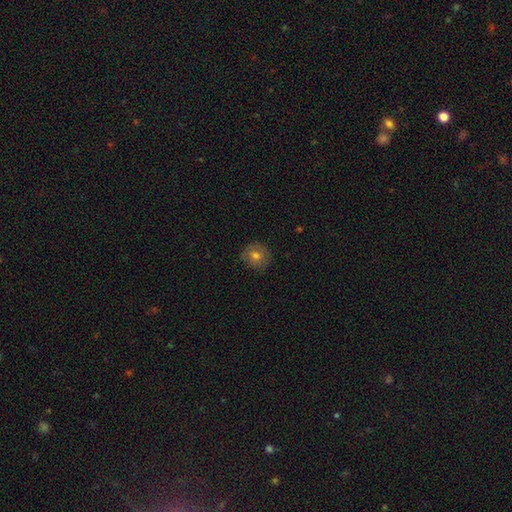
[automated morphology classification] type=smooth (68%); roundness=round (86%); merging=none (79%).